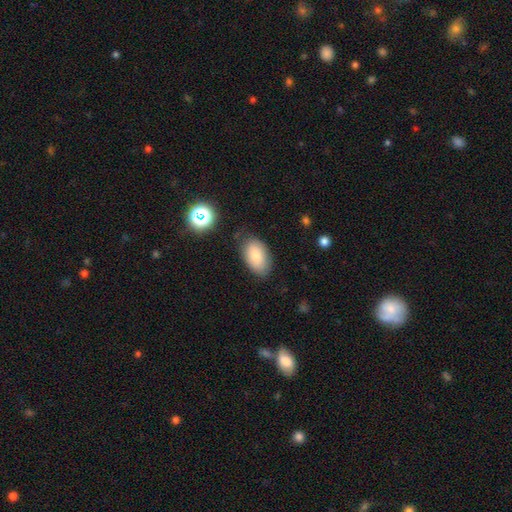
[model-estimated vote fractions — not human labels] Smooth or featured? smooth (81%)
How rounded? in between (93%)
Merging? none (78%)